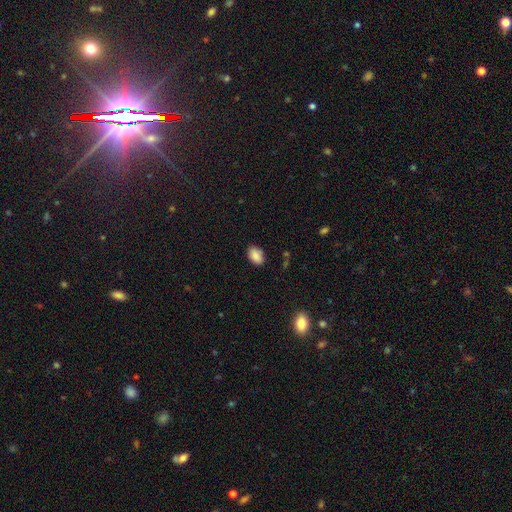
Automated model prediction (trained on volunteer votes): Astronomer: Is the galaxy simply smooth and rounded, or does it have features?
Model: smooth — 88%.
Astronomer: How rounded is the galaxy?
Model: in between — 88%.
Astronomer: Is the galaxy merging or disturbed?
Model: none — 84%.